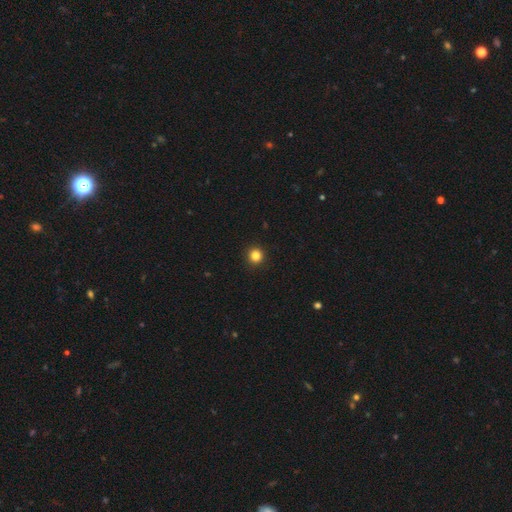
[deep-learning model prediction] Smooth or featured? smooth (84%)
How rounded? round (95%)
Merging? none (94%)